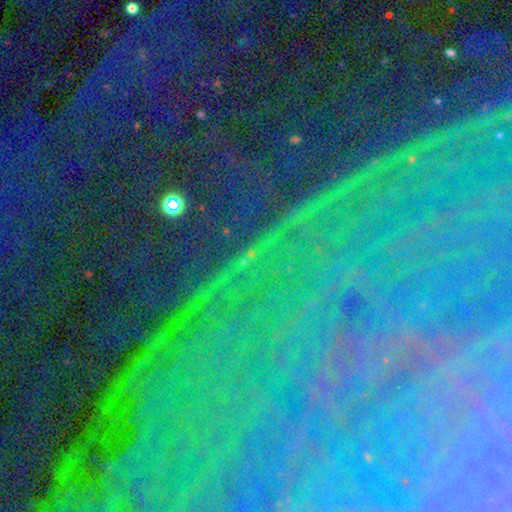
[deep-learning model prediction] This is likely a star or artifact rather than a galaxy (78%).